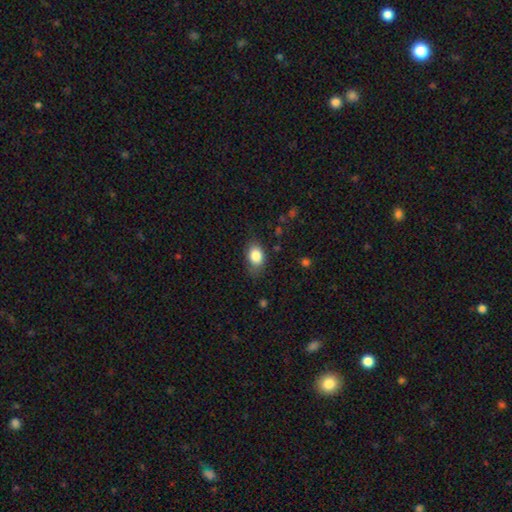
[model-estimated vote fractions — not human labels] A smooth galaxy with no disk features (83%) that is in between round and cigar-shaped (80%).

Vote fractions:
- Smooth or featured? smooth: 83% / featured or disk: 9% / star or artifact: 8%
- How rounded? in between: 80% / round: 18% / cigar-shaped: 2%
- Merging? none: 74% / minor disturbance: 20% / major disturbance: 5% / merger: 1%